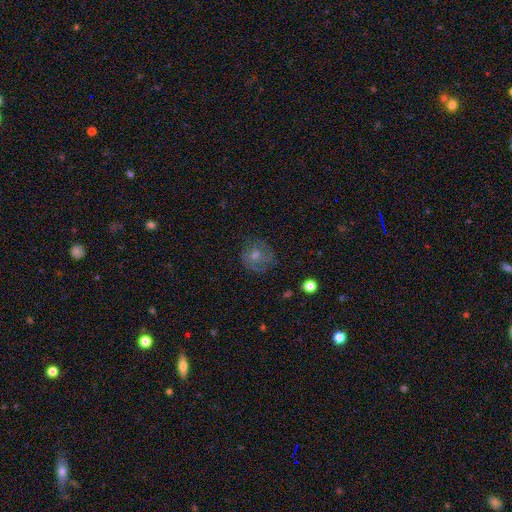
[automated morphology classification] This is possibly a smooth galaxy (55%). How rounded: clearly round (80%). Merging: likely none (66%).